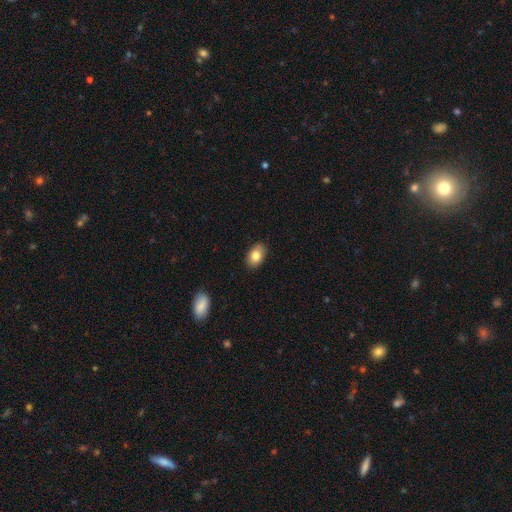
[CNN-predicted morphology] smooth_or_featured: smooth (p=0.82) [alt: featured or disk p=0.10]
how_rounded: in between (p=0.88) [alt: round p=0.11]
merging: none (p=0.87) [alt: minor disturbance p=0.10]